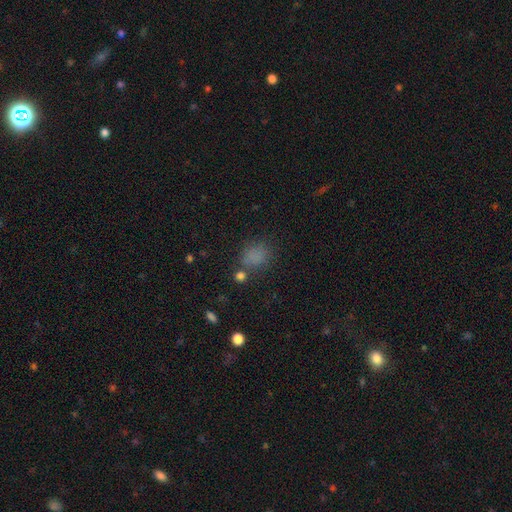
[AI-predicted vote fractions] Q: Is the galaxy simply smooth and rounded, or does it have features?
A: smooth — 74%.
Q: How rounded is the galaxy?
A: round — 51%.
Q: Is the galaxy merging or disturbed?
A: none — 63%.